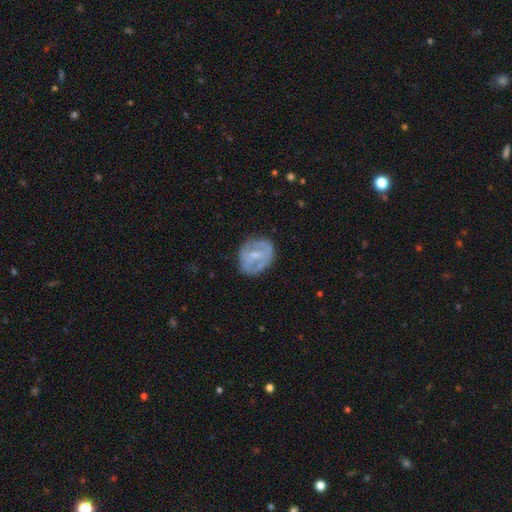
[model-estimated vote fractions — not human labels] This appears to be a featured or disk galaxy (56%) with no bar (49%), no spiral arms (58%) and a small central bulge (52%). Merging: none (68%).